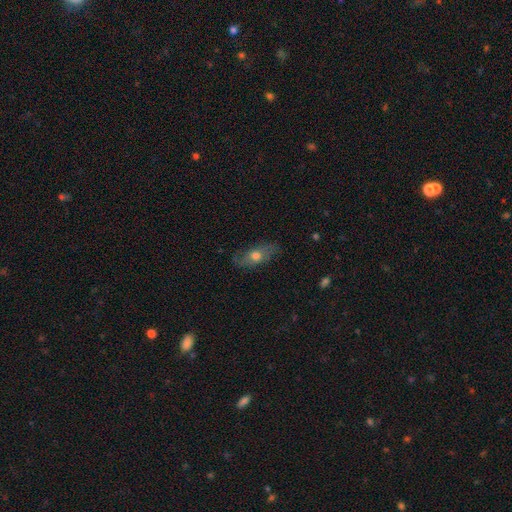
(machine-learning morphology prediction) smooth-or-featured: smooth: 47% | featured or disk: 44% | star or artifact: 10%
  merging: none: 76% | minor disturbance: 17% | major disturbance: 5% | merger: 1%